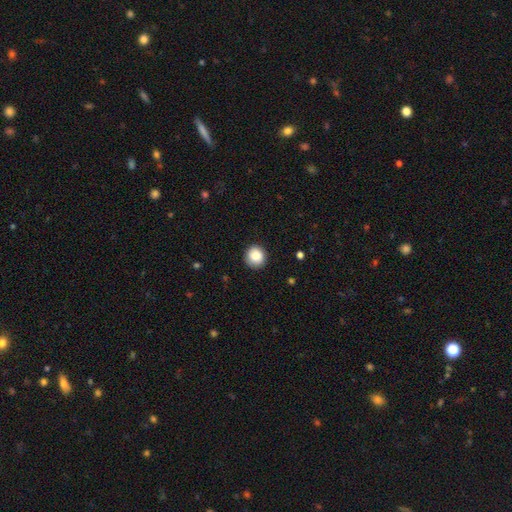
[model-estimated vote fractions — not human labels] Smooth or featured?
  - smooth: 87% *
  - star or artifact: 9%
  - featured or disk: 4%
How rounded?
  - round: 91% *
  - in between: 8%
  - cigar-shaped: 1%
Merging?
  - none: 88% *
  - minor disturbance: 9%
  - major disturbance: 2%
  - merger: 1%